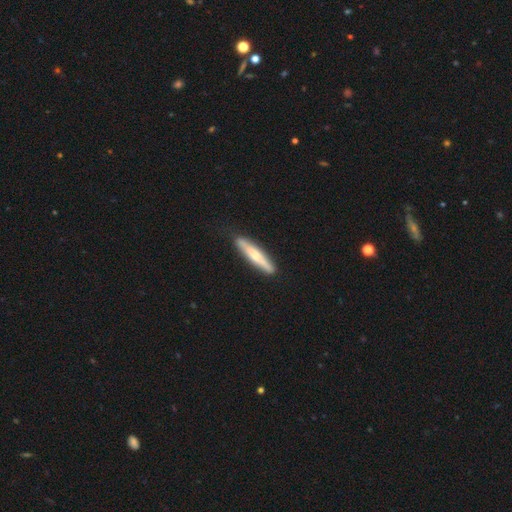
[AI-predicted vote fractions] smooth-or-featured: smooth: 50% | featured or disk: 45% | star or artifact: 5%
  merging: none: 87% | minor disturbance: 10% | major disturbance: 2% | merger: 1%